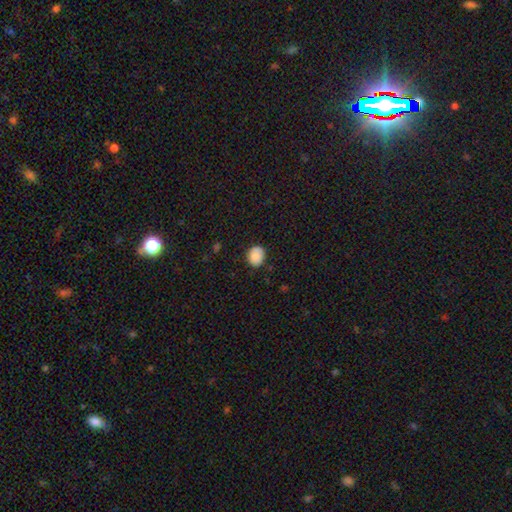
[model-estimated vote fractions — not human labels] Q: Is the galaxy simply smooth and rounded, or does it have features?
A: smooth — 87%.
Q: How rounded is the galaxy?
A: round — 57%.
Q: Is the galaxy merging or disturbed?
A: none — 79%.